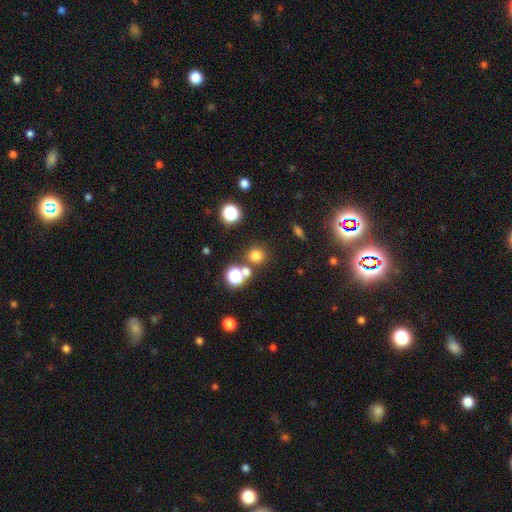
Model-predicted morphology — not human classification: smooth 72%, star or artifact 21%, featured or disk 7%. Down the decision tree: how rounded — round (91%); merging — none (76%).